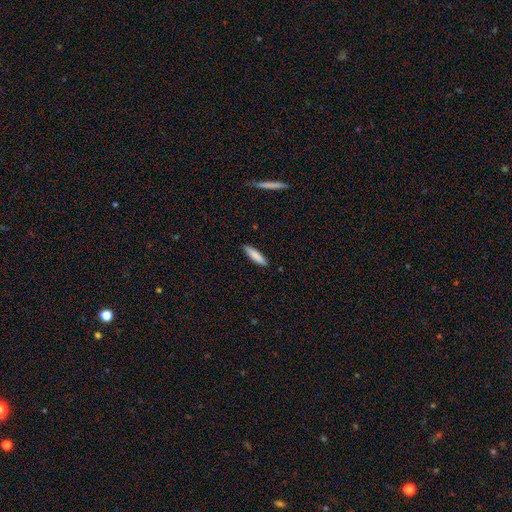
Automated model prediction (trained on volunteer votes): smooth 83%, featured or disk 11%, star or artifact 6%. Down the decision tree: how rounded — cigar-shaped (73%); merging — none (88%).